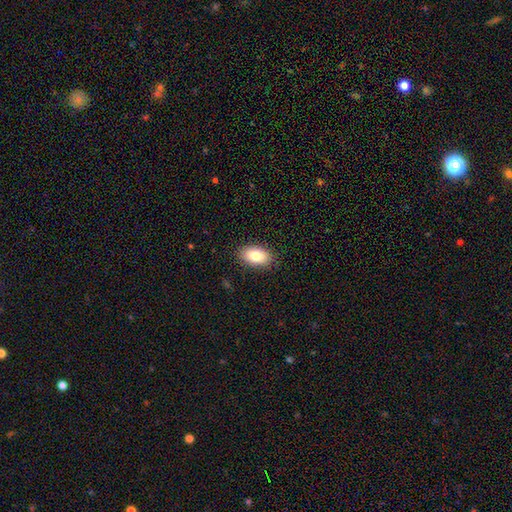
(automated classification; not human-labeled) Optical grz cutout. It shows a smooth galaxy with no disk features (81%) that is in between round and cigar-shaped (92%). Merging: none (87%).